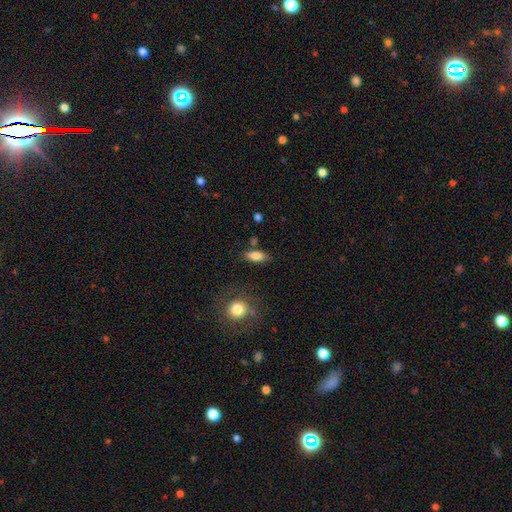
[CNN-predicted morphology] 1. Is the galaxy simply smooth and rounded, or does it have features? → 82% smooth, 10% featured or disk, 8% star or artifact.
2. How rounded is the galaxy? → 78% in between, 18% cigar-shaped, 4% round.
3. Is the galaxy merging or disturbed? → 76% none, 14% minor disturbance, 6% merger, 4% major disturbance.